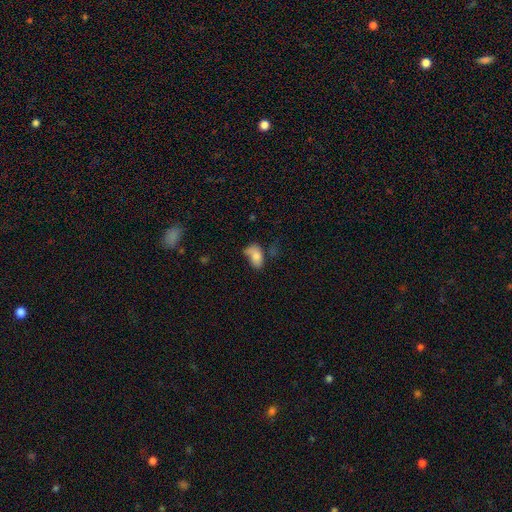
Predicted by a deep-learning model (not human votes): smooth_or_featured: smooth (p=0.76) [alt: featured or disk p=0.15]
how_rounded: in between (p=0.89) [alt: round p=0.08]
merging: none (p=0.33) [alt: minor disturbance p=0.30]